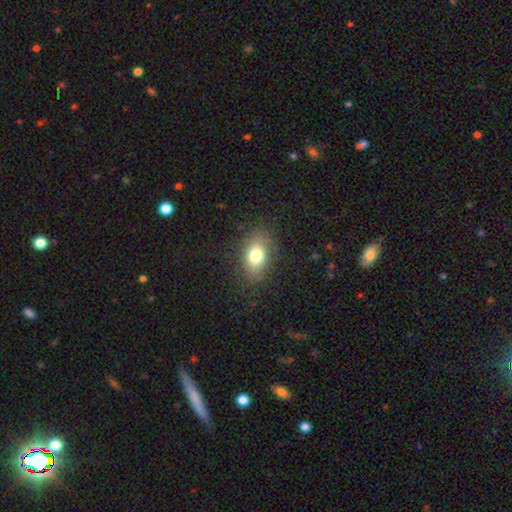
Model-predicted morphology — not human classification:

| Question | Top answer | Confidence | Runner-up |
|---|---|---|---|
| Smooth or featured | smooth | 76% | featured or disk (14%) |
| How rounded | in between | 83% | round (14%) |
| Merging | none | 80% | minor disturbance (14%) |